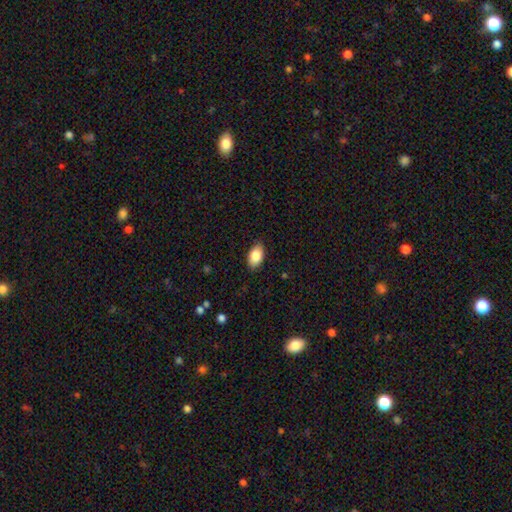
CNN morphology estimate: Smooth or featured: smooth — 85% (featured or disk — 8%)
How rounded: in between — 92% (round — 6%)
Merging: none — 87% (minor disturbance — 10%)